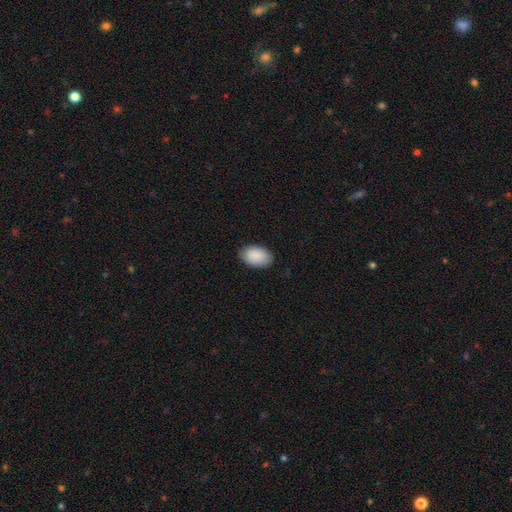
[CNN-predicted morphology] This is clearly a smooth galaxy (91%). How rounded: clearly in between (94%). Merging: clearly none (85%).